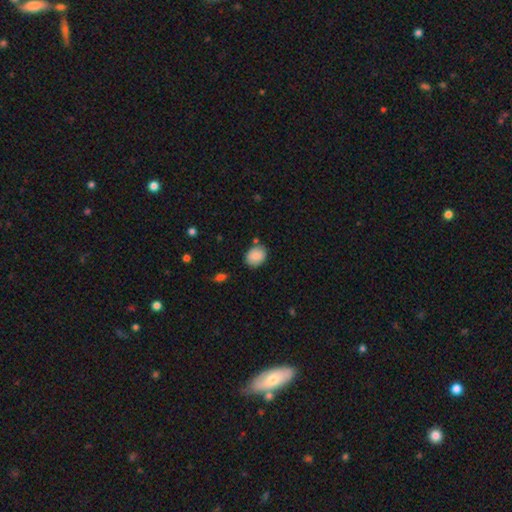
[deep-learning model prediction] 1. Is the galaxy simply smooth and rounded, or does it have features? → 88% smooth, 7% star or artifact, 5% featured or disk.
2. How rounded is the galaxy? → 50% round, 49% in between, 1% cigar-shaped.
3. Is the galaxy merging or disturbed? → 78% none, 14% minor disturbance, 4% merger, 3% major disturbance.